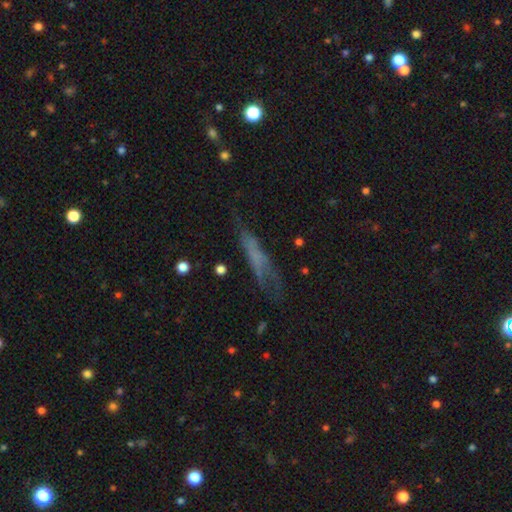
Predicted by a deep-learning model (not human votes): Smooth or featured: smooth — 46% (featured or disk — 41%)
Merging: none — 54% (minor disturbance — 25%)